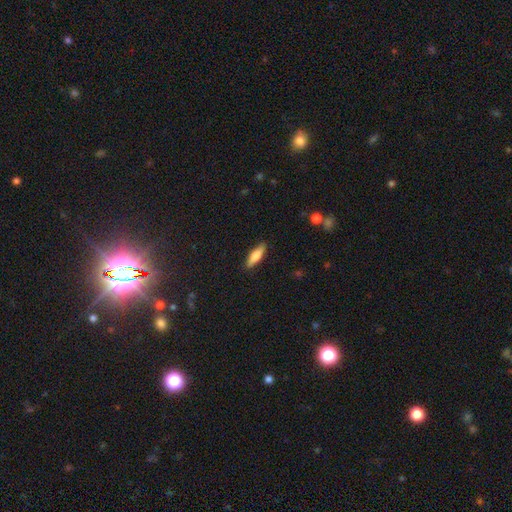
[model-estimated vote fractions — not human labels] Smooth or featured?
  - smooth: 70% *
  - featured or disk: 24%
  - star or artifact: 6%
How rounded?
  - cigar-shaped: 55% *
  - in between: 43%
  - round: 2%
Merging?
  - none: 88% *
  - minor disturbance: 9%
  - major disturbance: 2%
  - merger: 1%